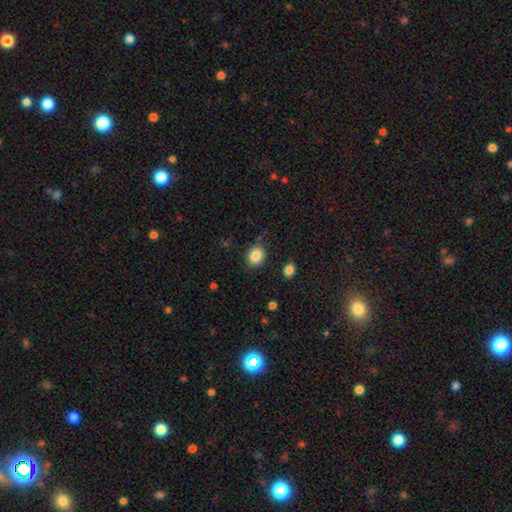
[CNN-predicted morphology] Smooth or featured? Predicted: smooth (p=0.86). How rounded? Predicted: in between (p=0.63). Merging? Predicted: none (p=0.81).